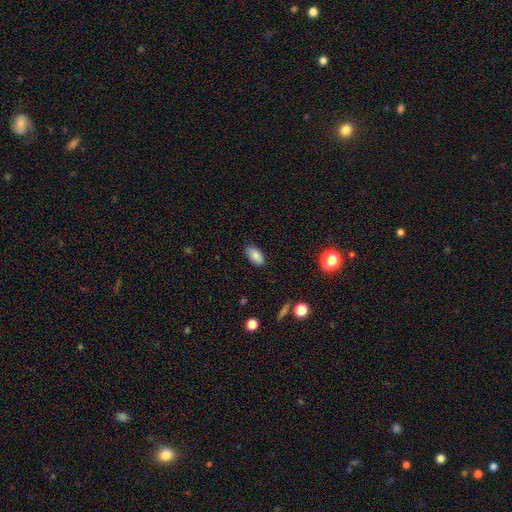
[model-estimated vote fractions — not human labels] smooth 85%, star or artifact 8%, featured or disk 7%. Down the decision tree: how rounded — in between (93%); merging — none (82%).